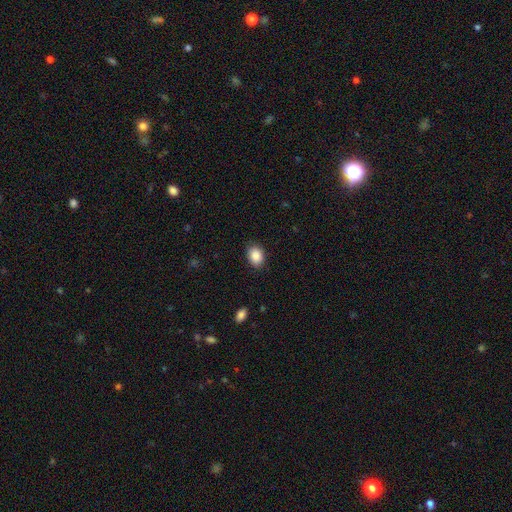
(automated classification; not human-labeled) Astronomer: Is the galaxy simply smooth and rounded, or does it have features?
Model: smooth — 88%.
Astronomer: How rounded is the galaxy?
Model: in between — 72%.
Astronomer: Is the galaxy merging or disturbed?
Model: none — 85%.